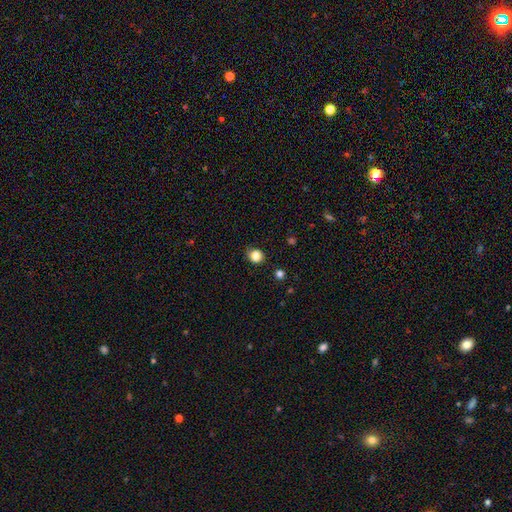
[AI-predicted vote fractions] The model was most divided on "how rounded": round: 77%, in between: 22%, cigar-shaped: 1%. More confident: smooth or featured — smooth (84%); merging — none (79%).